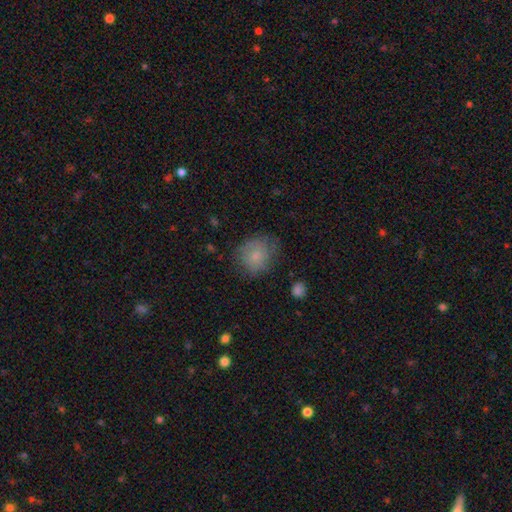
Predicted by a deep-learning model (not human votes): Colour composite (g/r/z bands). It shows a smooth galaxy with no disk features (76%) that is round (74%). Merging: none (67%).